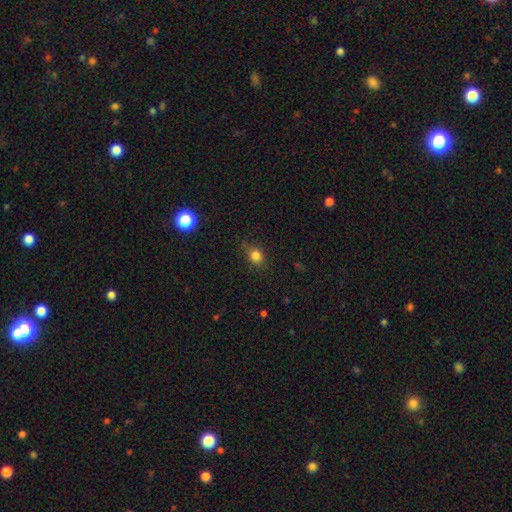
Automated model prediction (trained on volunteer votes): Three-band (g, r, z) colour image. It shows a smooth galaxy with no disk features (81%) that is round (66%). Merging: none (80%).